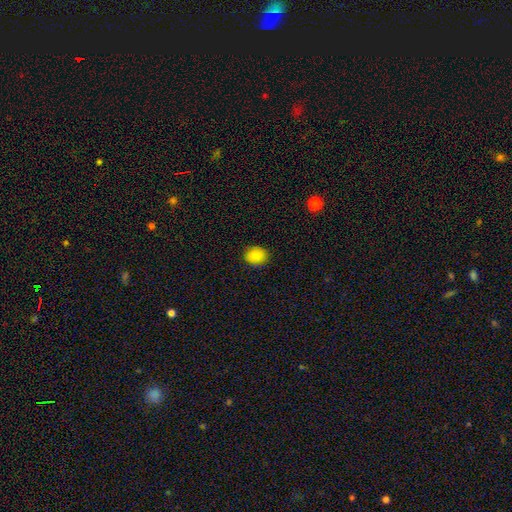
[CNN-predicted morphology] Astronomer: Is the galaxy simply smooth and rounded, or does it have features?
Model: smooth — 83%.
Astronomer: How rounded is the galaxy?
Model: round — 70%.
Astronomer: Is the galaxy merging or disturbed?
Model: none — 88%.